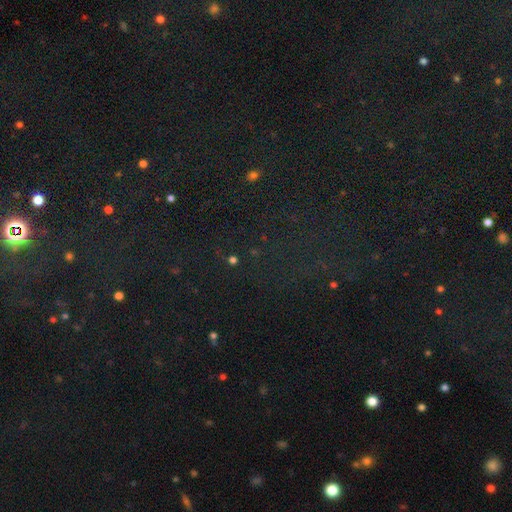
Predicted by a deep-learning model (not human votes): The model was most divided on "smooth or featured": star or artifact: 74%, smooth: 16%, featured or disk: 9%.